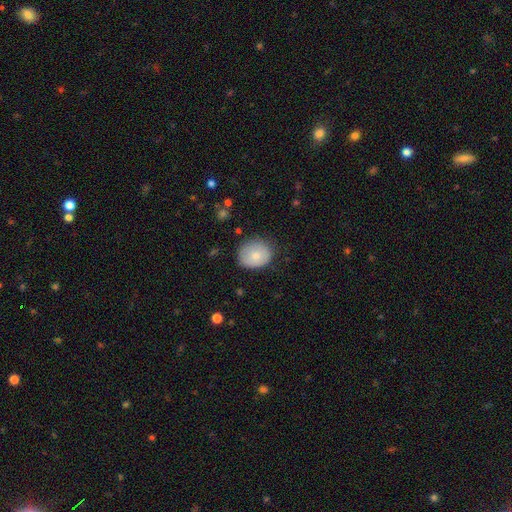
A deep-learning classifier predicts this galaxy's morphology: The model was most divided on "how rounded": round: 64%, in between: 35%, cigar-shaped: 1%. More confident: smooth or featured — smooth (78%); merging — none (73%).